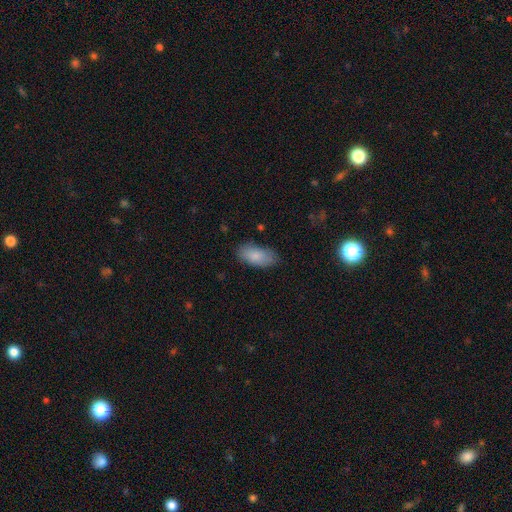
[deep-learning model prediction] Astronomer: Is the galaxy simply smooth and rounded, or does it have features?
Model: smooth — 85%.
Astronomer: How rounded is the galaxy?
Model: in between — 92%.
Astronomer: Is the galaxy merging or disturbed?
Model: none — 80%.